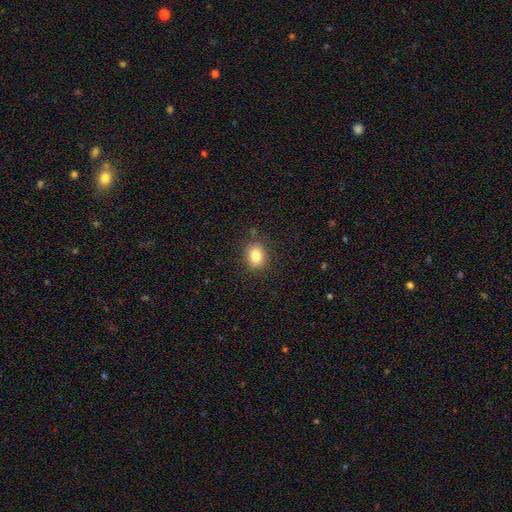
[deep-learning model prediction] This appears to be a smooth galaxy with no disk features (83%) that is in between round and cigar-shaped (54%). Merging: none (86%).